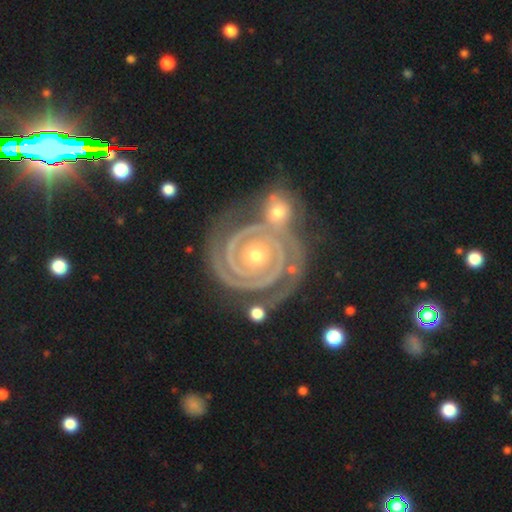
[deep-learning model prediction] Smooth or featured: featured or disk — 93% (star or artifact — 4%)
Edge-on disk: no — 98% (yes — 2%)
Bar: no — 80% (weak — 13%)
Spiral arms: yes — 98% (no — 2%)
Spiral winding: tight — 89% (medium — 10%)
Spiral arm count: 2 — 73% (3 — 10%)
Bulge size: small — 53% (moderate — 43%)
Merging: none — 52% (merger — 29%)